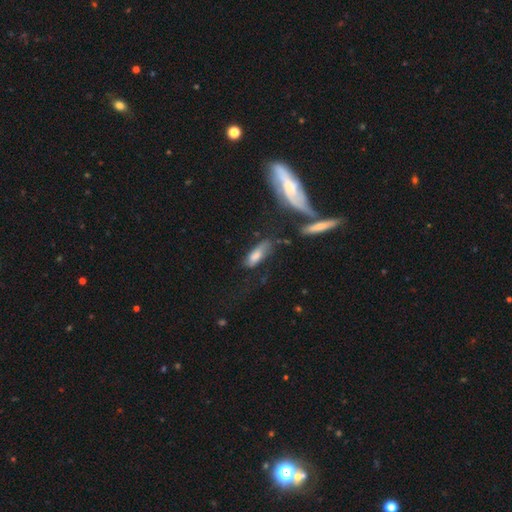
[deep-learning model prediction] Overall: smooth (55%; featured or disk 35%). How rounded: in between (59%; cigar-shaped 37%). Merging: none (48%; minor disturbance 24%).